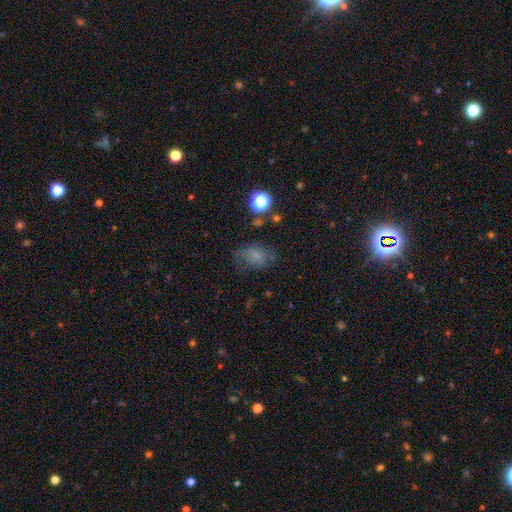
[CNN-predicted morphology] smooth-or-featured: smooth: 68% | star or artifact: 17% | featured or disk: 15%
  how-rounded: in between: 68% | round: 31% | cigar-shaped: 1%
  merging: none: 56% | minor disturbance: 26% | major disturbance: 15% | merger: 3%